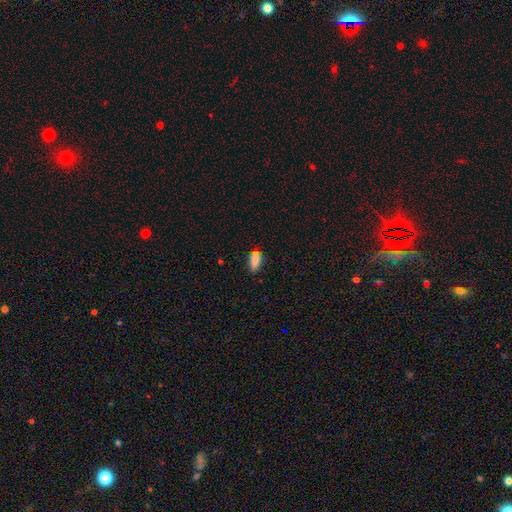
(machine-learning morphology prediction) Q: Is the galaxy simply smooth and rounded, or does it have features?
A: smooth — 84%.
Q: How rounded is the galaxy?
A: in between — 73%.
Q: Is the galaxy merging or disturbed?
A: none — 72%.